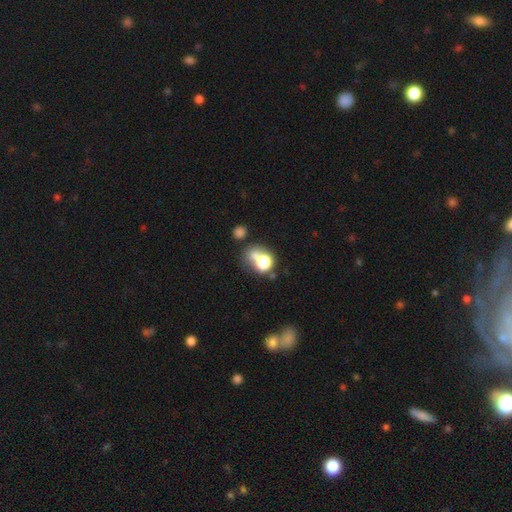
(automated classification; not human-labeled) Overall: smooth (66%). How rounded: round (68%; in between 31%). Merging: merger (41%; none 39%).